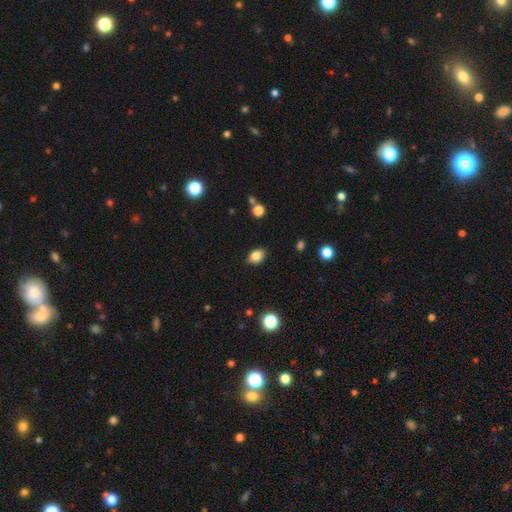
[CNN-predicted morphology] Smooth or featured? smooth (85%)
How rounded? in between (75%)
Merging? none (87%)